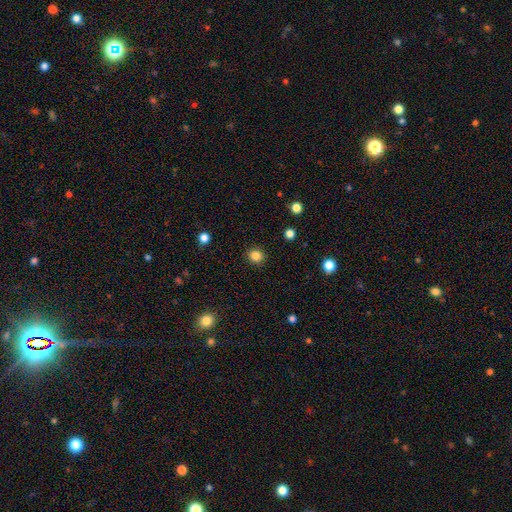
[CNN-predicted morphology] Smooth or featured? smooth (84%)
How rounded? round (85%)
Merging? none (91%)